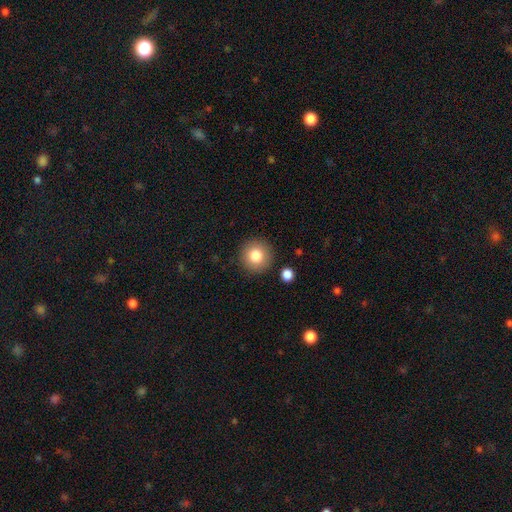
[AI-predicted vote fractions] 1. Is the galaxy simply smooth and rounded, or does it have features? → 82% smooth, 9% star or artifact, 9% featured or disk.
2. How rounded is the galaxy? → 95% round, 4% in between, 1% cigar-shaped.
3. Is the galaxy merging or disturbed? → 89% none, 7% minor disturbance, 2% merger, 2% major disturbance.